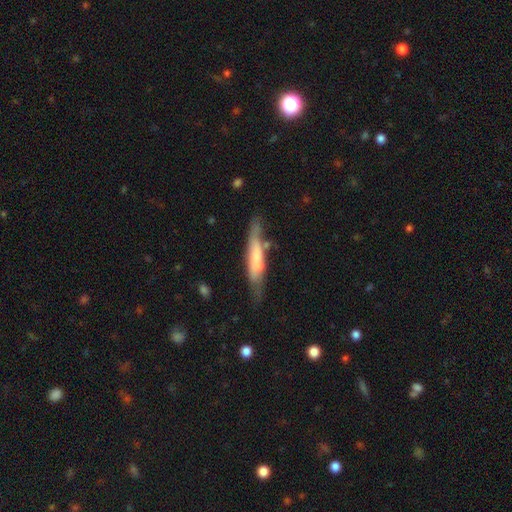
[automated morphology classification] featured or disk 49%, smooth 45%, star or artifact 6%. Down the decision tree: merging — none (58%).